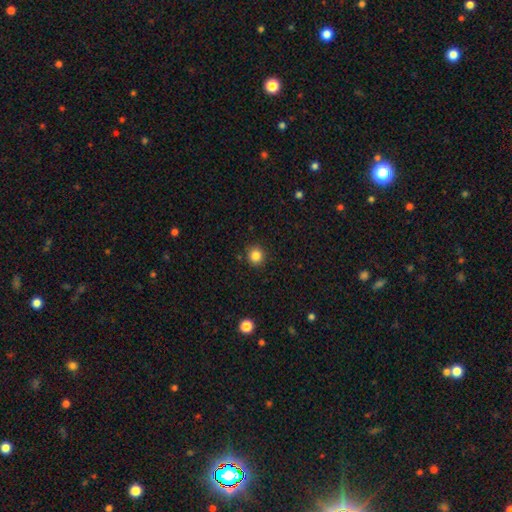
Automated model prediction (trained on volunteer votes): This appears to be a smooth galaxy with no disk features (84%) that is round (91%). Merging: none (90%).